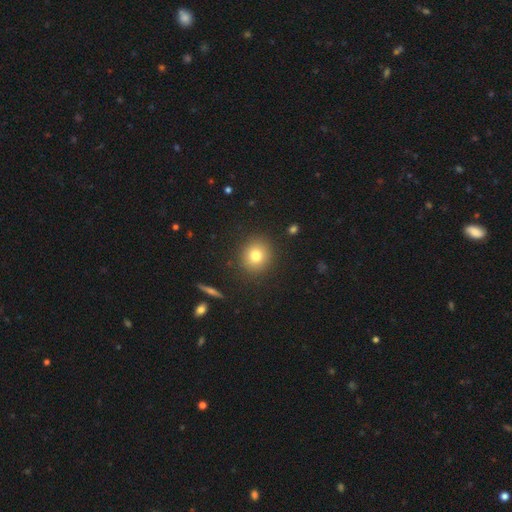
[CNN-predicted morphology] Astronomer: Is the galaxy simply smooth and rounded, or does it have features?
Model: smooth — 78%.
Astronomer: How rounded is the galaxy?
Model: round — 87%.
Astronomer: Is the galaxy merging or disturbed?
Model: none — 89%.